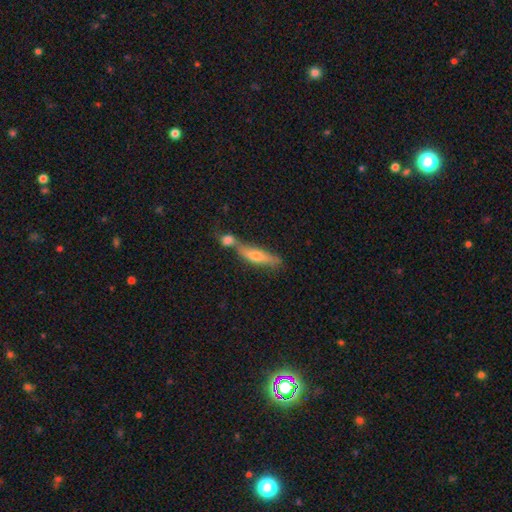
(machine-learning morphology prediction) smooth-or-featured: smooth: 47% | featured or disk: 45% | star or artifact: 8%
  merging: merger: 46% | none: 38% | minor disturbance: 11% | major disturbance: 5%